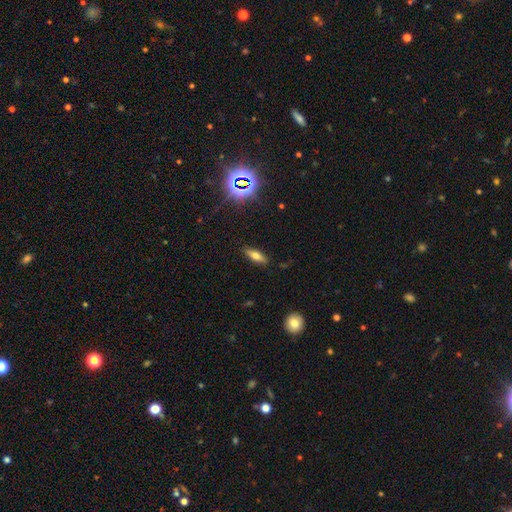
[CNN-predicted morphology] Smooth or featured: smooth — 58% (featured or disk — 28%)
How rounded: in between — 54% (cigar-shaped — 42%)
Merging: none — 87% (minor disturbance — 9%)